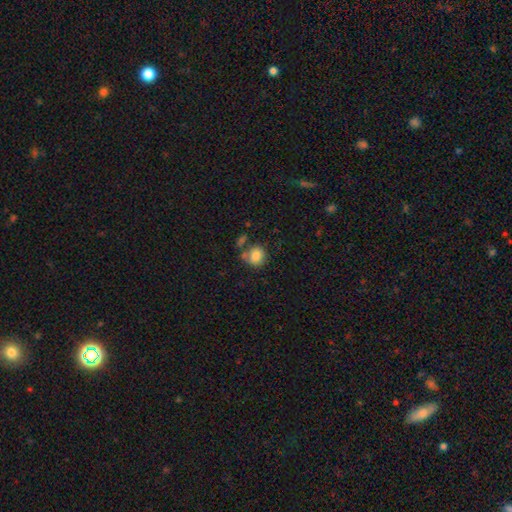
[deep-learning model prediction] Morphology: type=smooth (84%); roundness=round (73%); merging=none (61%).